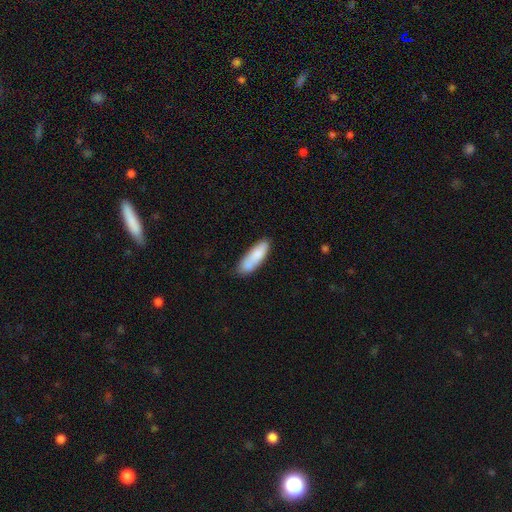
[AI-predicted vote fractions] smooth_or_featured: smooth (p=0.77) [alt: featured or disk p=0.17]
how_rounded: cigar-shaped (p=0.55) [alt: in between p=0.43]
merging: none (p=0.63) [alt: minor disturbance p=0.20]